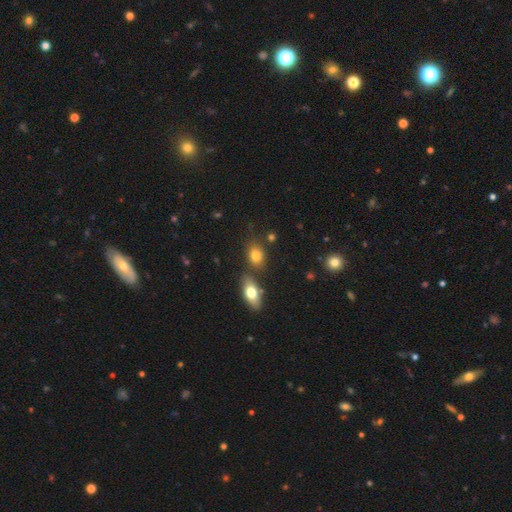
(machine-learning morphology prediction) smooth-or-featured: smooth: 79% | star or artifact: 11% | featured or disk: 10%
  how-rounded: in between: 66% | round: 32% | cigar-shaped: 2%
  merging: none: 68% | merger: 15% | minor disturbance: 13% | major disturbance: 4%